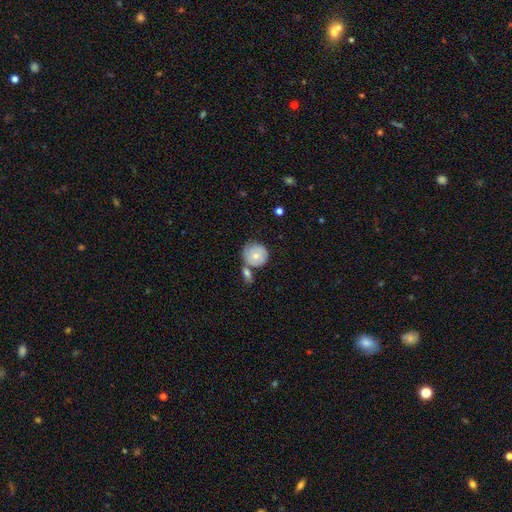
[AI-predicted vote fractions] Q: Smooth or featured?
A: smooth (49%); runner-up: featured or disk (44%)
Q: Merging?
A: none (53%); runner-up: merger (24%)